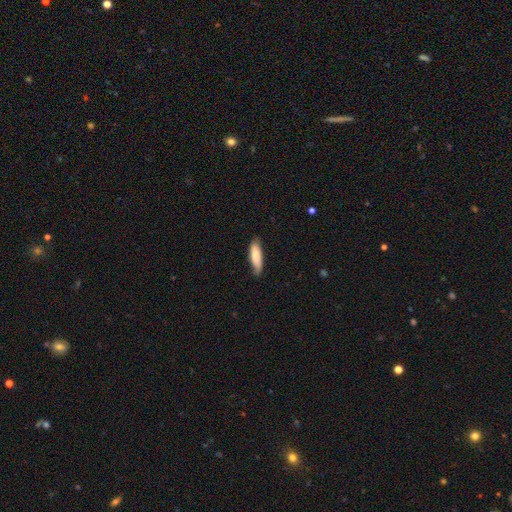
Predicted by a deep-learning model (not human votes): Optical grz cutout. It shows a smooth galaxy with no disk features (77%) that is cigar-shaped (52%). Merging: none (73%).